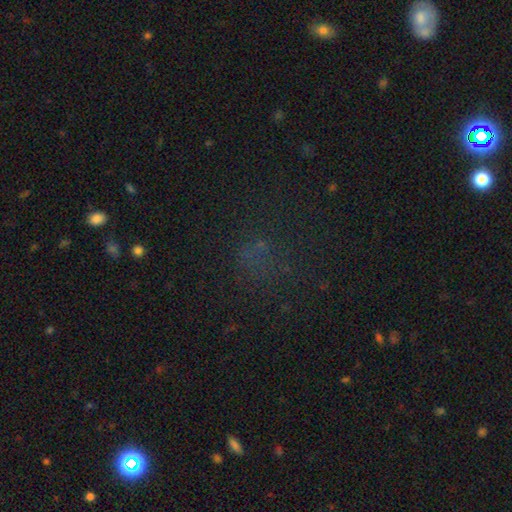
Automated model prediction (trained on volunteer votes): Morphology: type=star or artifact (50%).